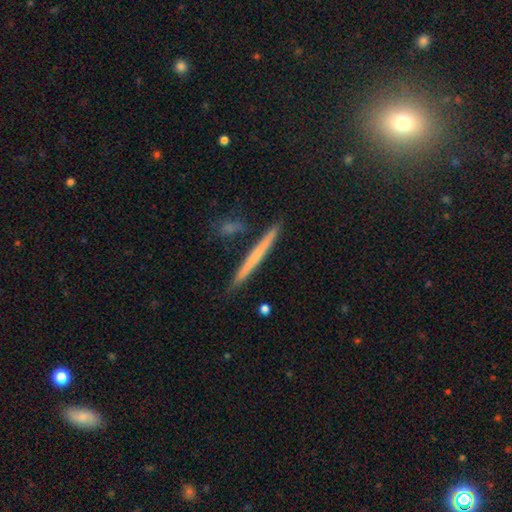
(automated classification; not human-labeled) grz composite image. It shows a smooth galaxy with no disk features (49%). Merging: none (87%).